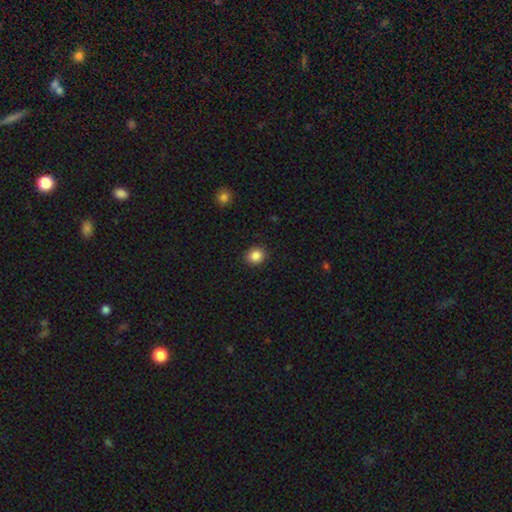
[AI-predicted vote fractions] Q: Smooth or featured?
A: smooth (86%); runner-up: star or artifact (10%)
Q: How rounded?
A: round (78%); runner-up: in between (21%)
Q: Merging?
A: none (91%); runner-up: minor disturbance (6%)